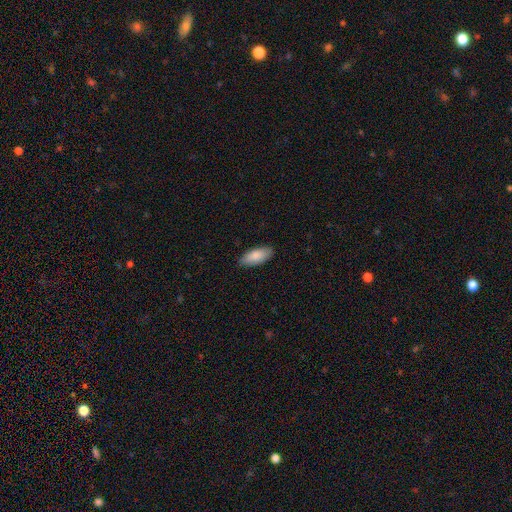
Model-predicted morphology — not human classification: type=smooth (86%); roundness=in between (84%); merging=none (87%).